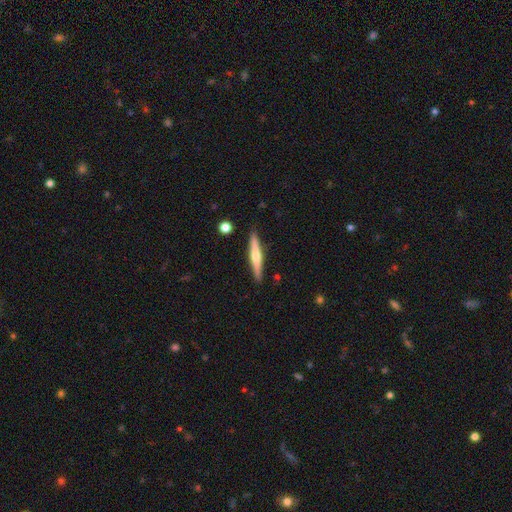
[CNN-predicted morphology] featured or disk 55%, smooth 40%, star or artifact 6%. Down the decision tree: edge-on disk — yes (96%); edge-on bulge — rounded (79%); merging — none (89%).